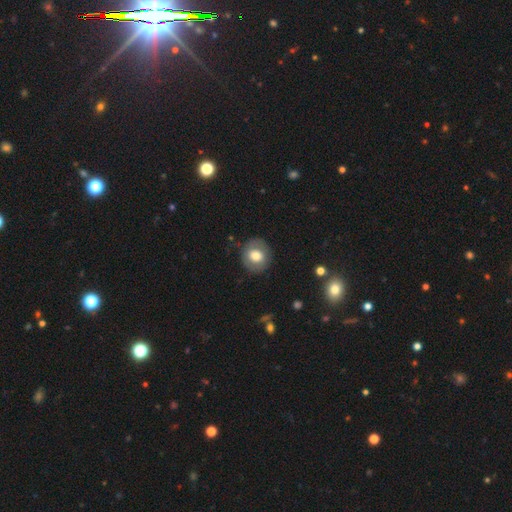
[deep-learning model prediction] Morphology: type=smooth (64%); roundness=round (78%); merging=none (83%).